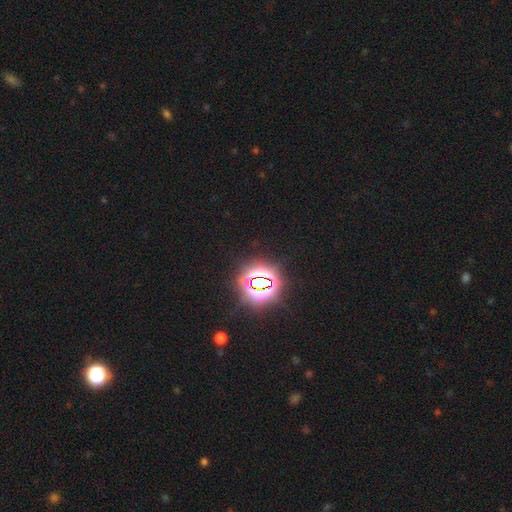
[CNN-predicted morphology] This is clearly a star or artifact rather than a galaxy (84%).